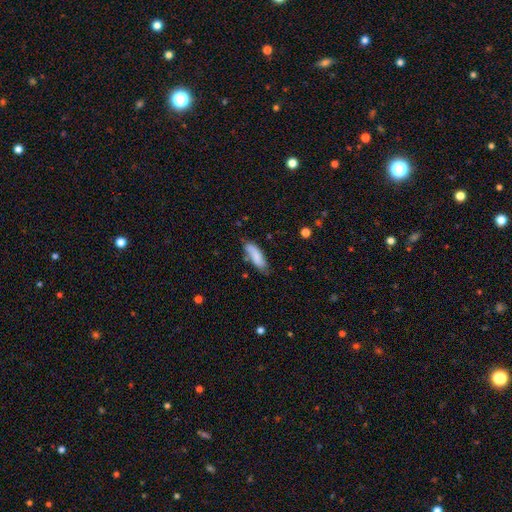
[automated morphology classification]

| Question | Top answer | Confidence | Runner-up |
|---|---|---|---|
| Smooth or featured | smooth | 82% | featured or disk (12%) |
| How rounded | in between | 59% | cigar-shaped (39%) |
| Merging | none | 68% | minor disturbance (23%) |